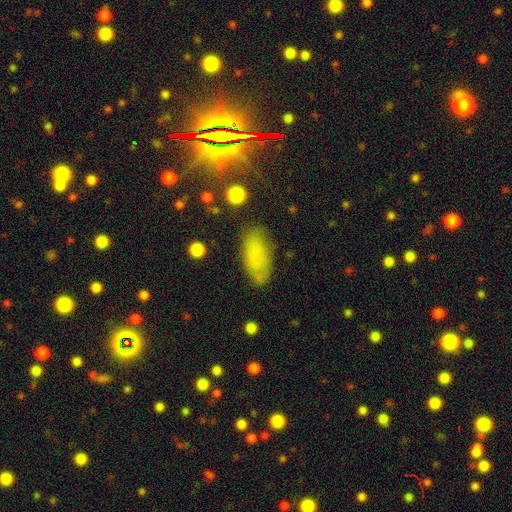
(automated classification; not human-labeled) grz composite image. It shows a smooth galaxy with no disk features (77%) that is in between round and cigar-shaped (84%). Merging: none (79%).